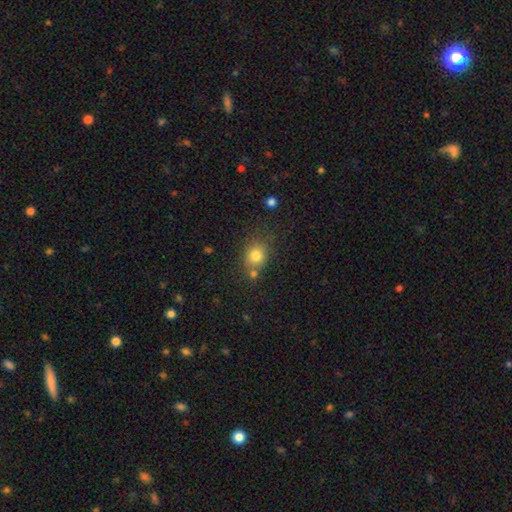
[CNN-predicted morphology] Overall: smooth (79%). How rounded: round (67%; in between 32%). Merging: none (64%).